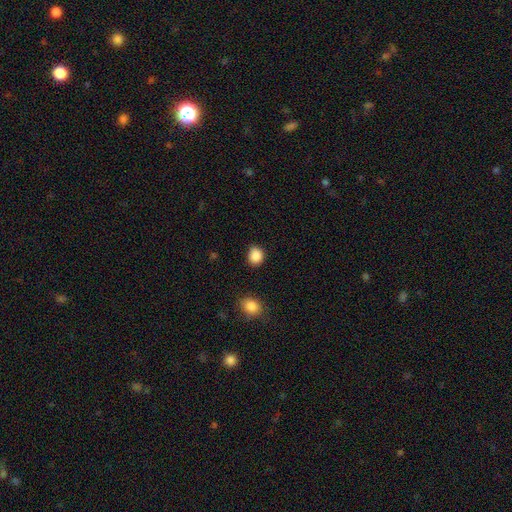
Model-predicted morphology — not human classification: Q: Smooth or featured?
A: smooth (88%); runner-up: star or artifact (9%)
Q: How rounded?
A: round (66%); runner-up: in between (33%)
Q: Merging?
A: none (81%); runner-up: minor disturbance (13%)